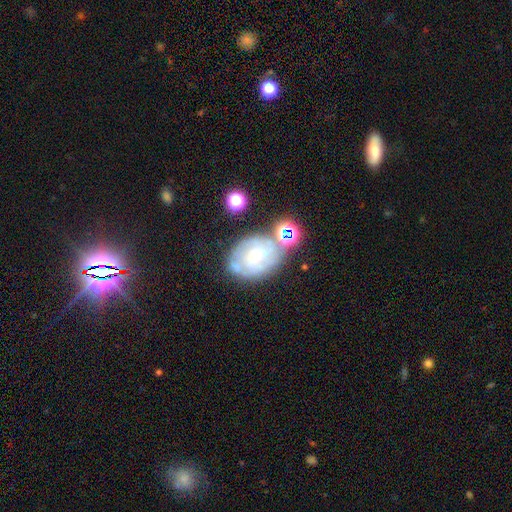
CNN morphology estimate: This appears to be a featured or disk galaxy (68%) with no bar (59%), tight (59%) spiral arms (83%) and a small central bulge (50%). Merging: none (53%).